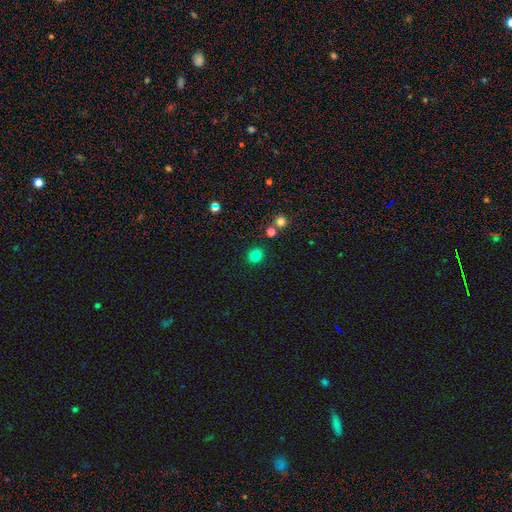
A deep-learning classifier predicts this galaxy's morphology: A smooth galaxy with no disk features (81%) that is round (81%).

Vote fractions:
- Smooth or featured? smooth: 81% / star or artifact: 14% / featured or disk: 5%
- How rounded? round: 81% / in between: 18% / cigar-shaped: 1%
- Merging? none: 88% / minor disturbance: 6% / merger: 3% / major disturbance: 2%